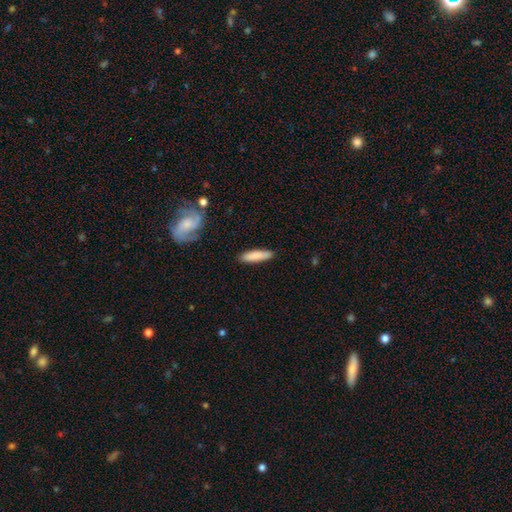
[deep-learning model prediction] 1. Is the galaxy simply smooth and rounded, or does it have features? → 85% smooth, 9% featured or disk, 6% star or artifact.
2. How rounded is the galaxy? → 71% cigar-shaped, 28% in between, 1% round.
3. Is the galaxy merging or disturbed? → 88% none, 9% minor disturbance, 2% major disturbance, 1% merger.